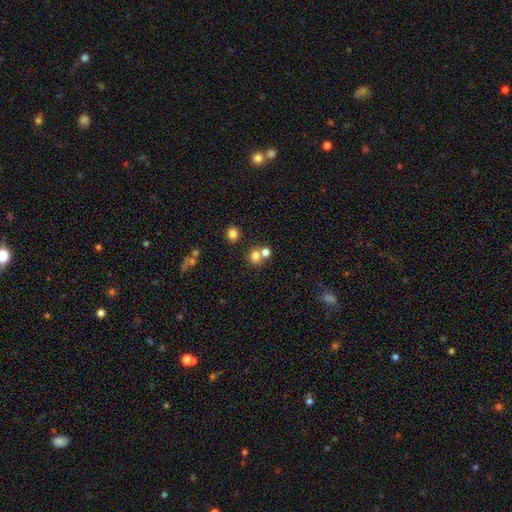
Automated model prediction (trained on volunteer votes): Smooth or featured?
  - smooth: 74% *
  - star or artifact: 16%
  - featured or disk: 10%
How rounded?
  - round: 77% *
  - in between: 22%
  - cigar-shaped: 1%
Merging?
  - none: 48% *
  - merger: 40%
  - minor disturbance: 7%
  - major disturbance: 4%